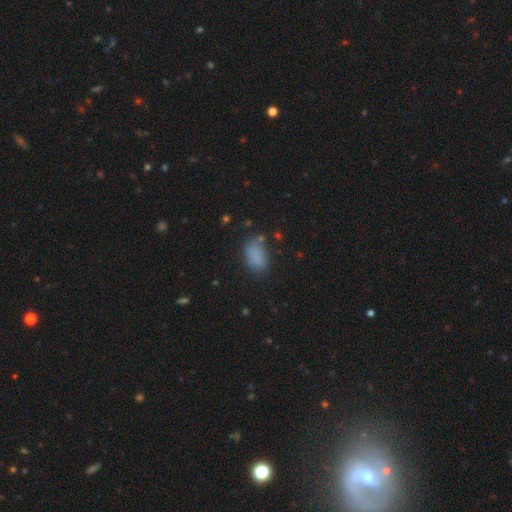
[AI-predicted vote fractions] smooth 82%, star or artifact 11%, featured or disk 7%. Down the decision tree: how rounded — in between (88%); merging — none (69%).